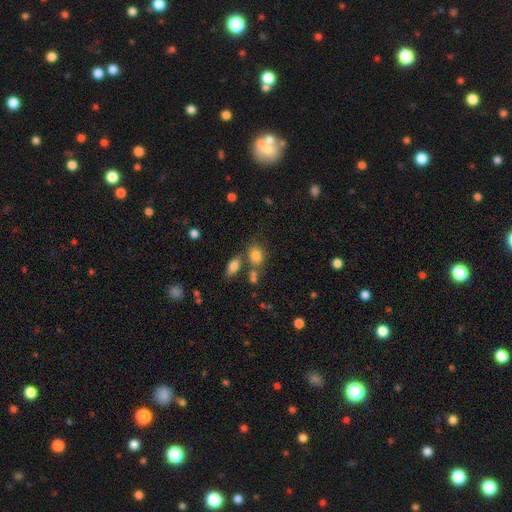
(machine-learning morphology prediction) Overall: smooth (80%). How rounded: in between (56%; round 42%). Merging: none (59%; merger 23%).